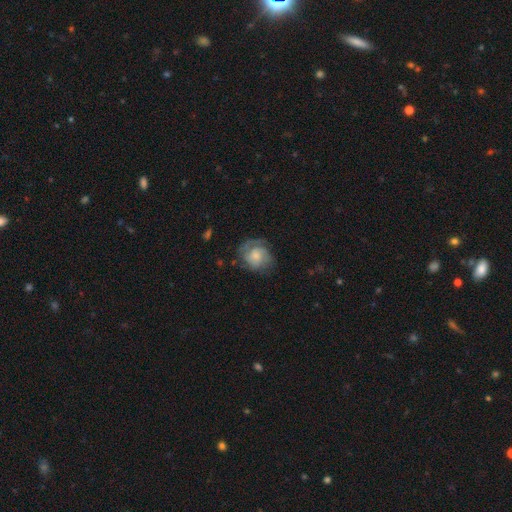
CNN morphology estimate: A featured or disk galaxy (57%) with no bar (70%), spiral arms (85%) and a small central bulge (37%). Merging: none (61%).